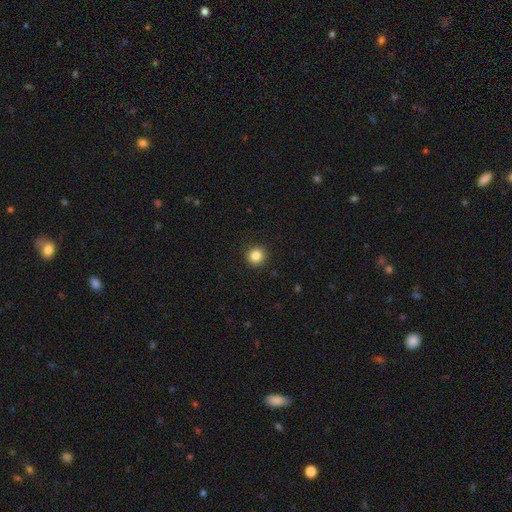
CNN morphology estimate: This is clearly a smooth galaxy (85%). How rounded: clearly round (95%). Merging: clearly none (93%).